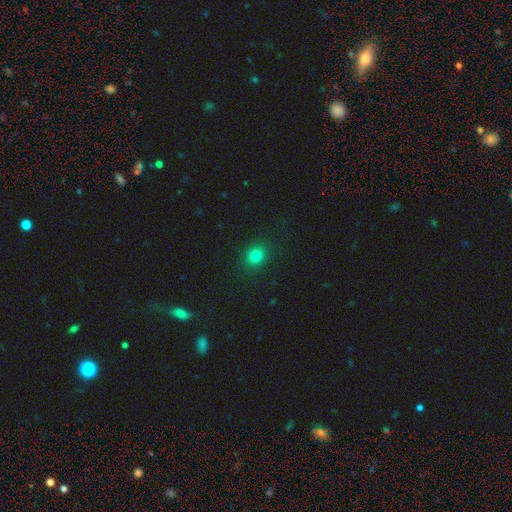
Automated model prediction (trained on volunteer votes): The model was most divided on "how rounded": round: 70%, in between: 29%, cigar-shaped: 1%. More confident: merging — none (90%); smooth or featured — smooth (80%).